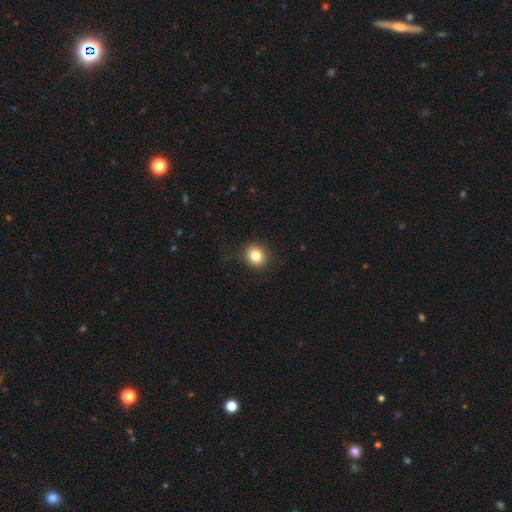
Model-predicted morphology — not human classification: smooth_or_featured: smooth (p=0.82) [alt: star or artifact p=0.11]
how_rounded: round (p=0.86) [alt: in between p=0.13]
merging: none (p=0.88) [alt: minor disturbance p=0.08]